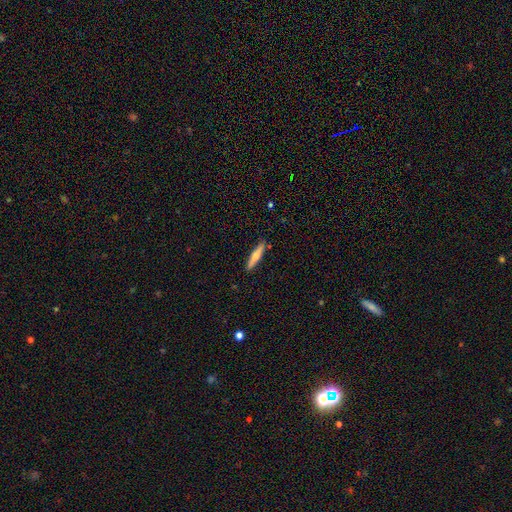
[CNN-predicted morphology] Smooth or featured? Predicted: smooth (p=0.58). How rounded? Predicted: cigar-shaped (p=0.87). Merging? Predicted: none (p=0.89).